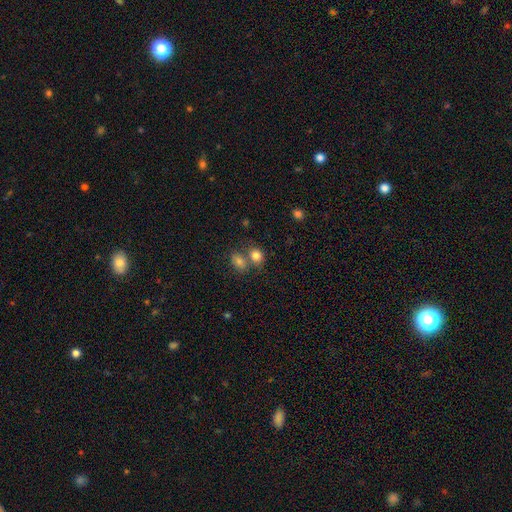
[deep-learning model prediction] Q: Smooth or featured?
A: smooth (81%); runner-up: star or artifact (11%)
Q: How rounded?
A: round (54%); runner-up: in between (45%)
Q: Merging?
A: merger (44%); runner-up: none (42%)